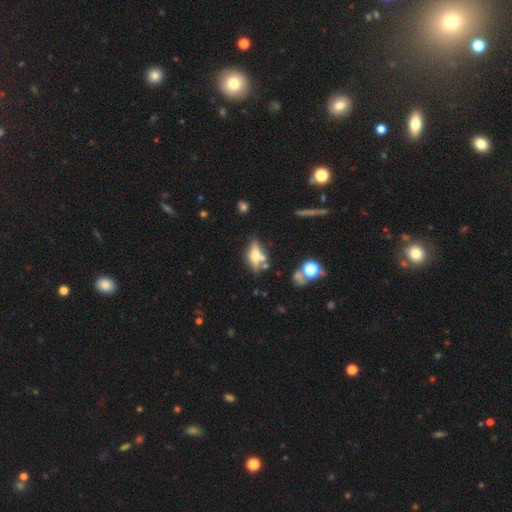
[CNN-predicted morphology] A featured or disk galaxy (55%) viewed edge-on (84%). Merging: none (62%).